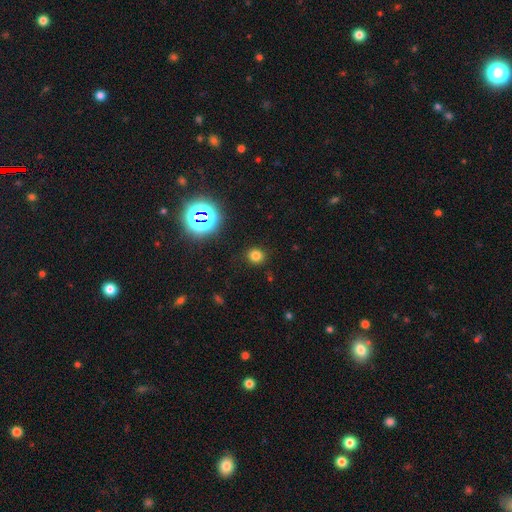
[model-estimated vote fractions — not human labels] This is likely a smooth galaxy (75%). How rounded: clearly round (86%). Merging: clearly none (89%).